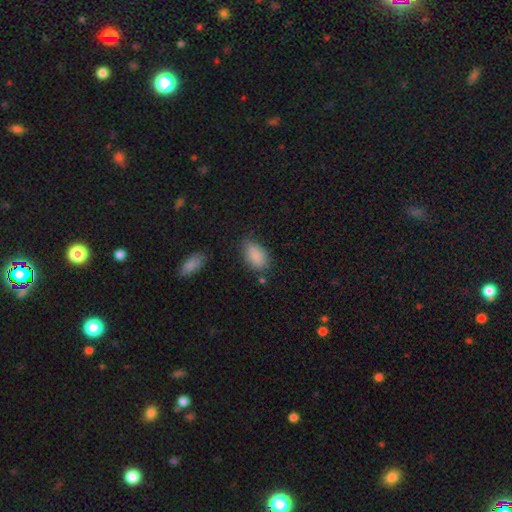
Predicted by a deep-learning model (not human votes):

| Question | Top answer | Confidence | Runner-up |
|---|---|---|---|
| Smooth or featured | smooth | 86% | star or artifact (8%) |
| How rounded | in between | 91% | round (7%) |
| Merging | none | 67% | minor disturbance (23%) |